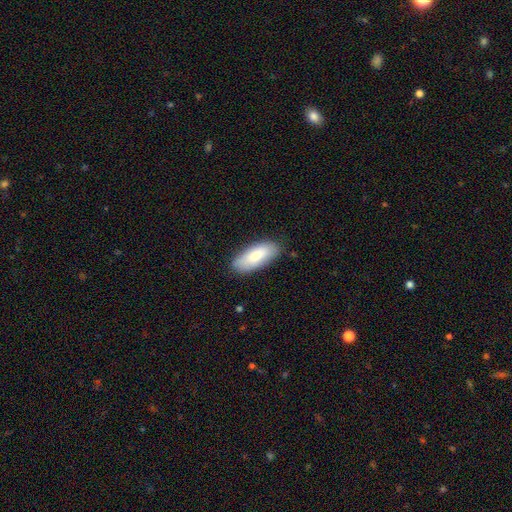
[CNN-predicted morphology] smooth 78%, featured or disk 17%, star or artifact 6%. Down the decision tree: how rounded — in between (81%); merging — none (84%).